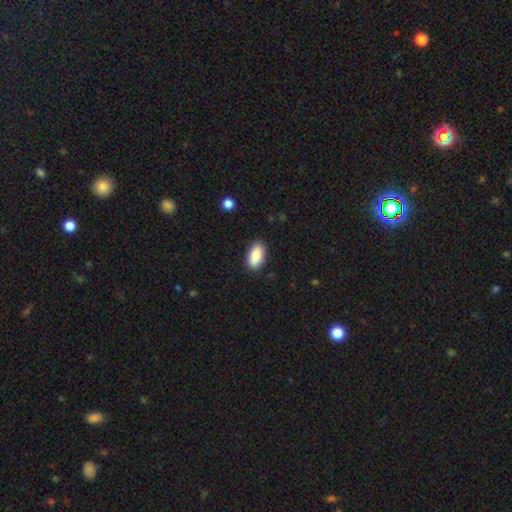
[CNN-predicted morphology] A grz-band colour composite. It shows a smooth galaxy with no disk features (88%) that is in between round and cigar-shaped (91%). Merging: none (86%).